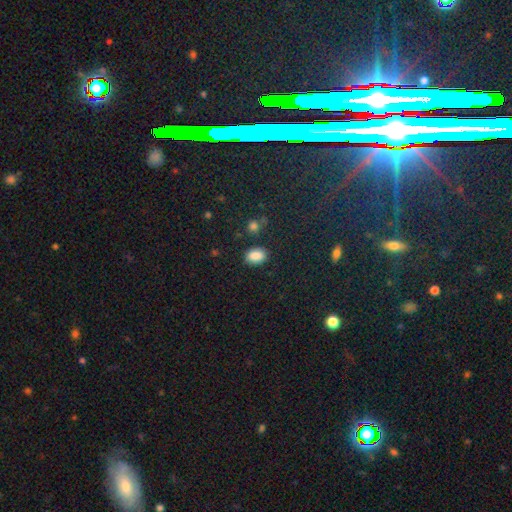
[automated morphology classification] A smooth galaxy with no disk features (87%) that is in between round and cigar-shaped (75%). Merging: none (82%).